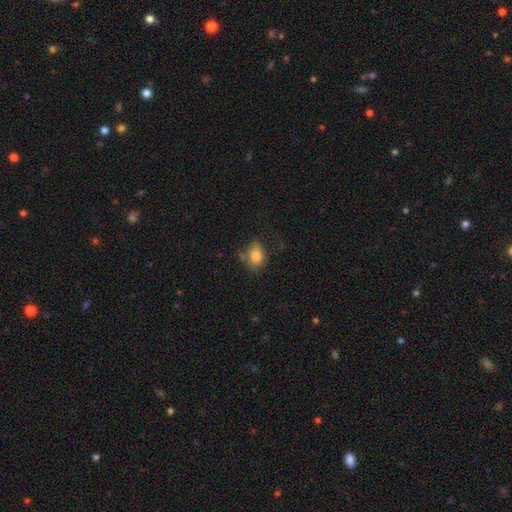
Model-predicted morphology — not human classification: smooth 81%, featured or disk 10%, star or artifact 9%. Down the decision tree: how rounded — in between (72%); merging — none (62%).